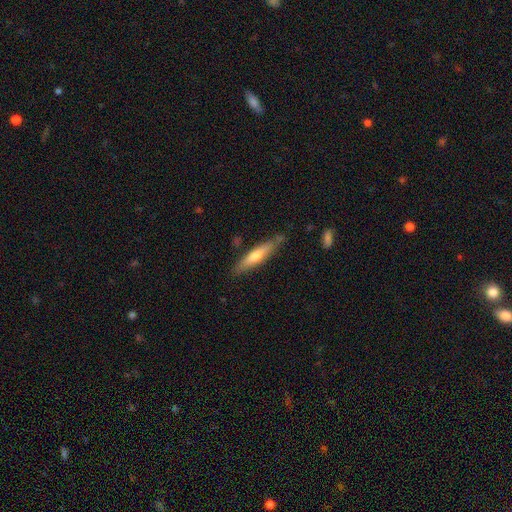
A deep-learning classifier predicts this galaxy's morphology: This appears to be a smooth galaxy with no disk features (51%) that is cigar-shaped (85%). Merging: none (79%).